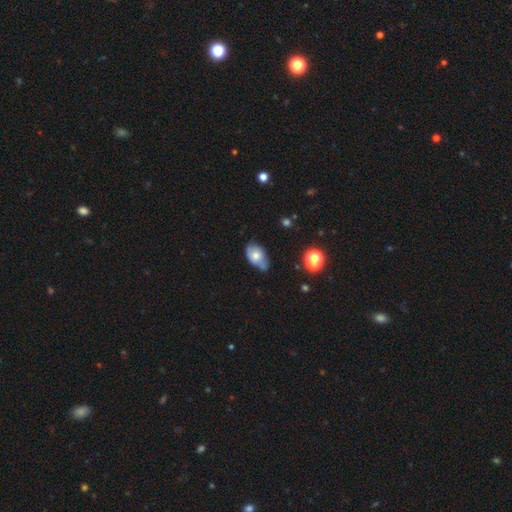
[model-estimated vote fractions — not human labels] The model was most divided on "merging": none: 44%, minor disturbance: 41%, major disturbance: 9%, merger: 7%. More confident: how rounded — in between (87%); smooth or featured — smooth (66%).